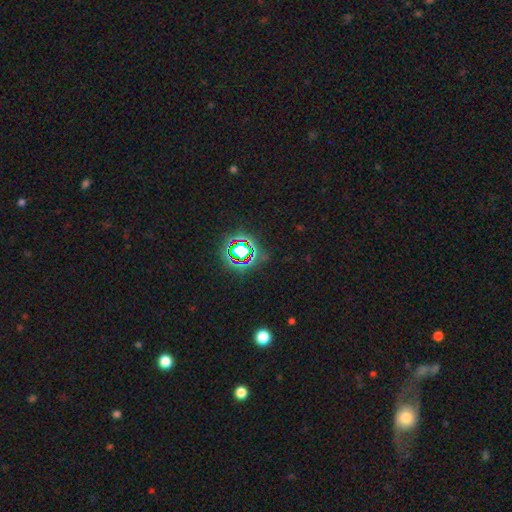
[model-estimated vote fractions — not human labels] A star or artifact, not a galaxy (71%).

Vote fractions:
- Smooth or featured? star or artifact: 71% / smooth: 18% / featured or disk: 11%